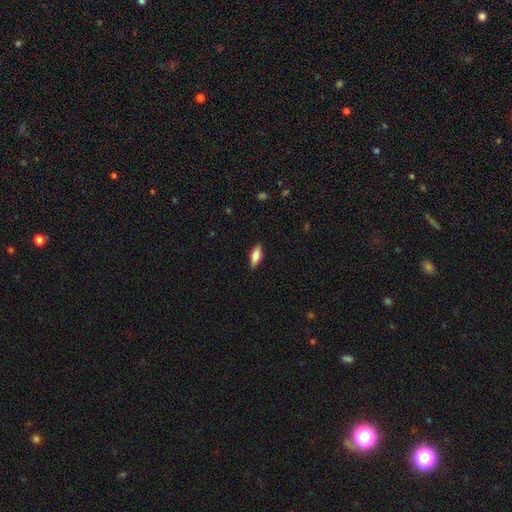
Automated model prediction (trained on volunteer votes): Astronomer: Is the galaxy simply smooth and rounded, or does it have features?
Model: smooth — 69%.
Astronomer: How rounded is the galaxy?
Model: in between — 73%.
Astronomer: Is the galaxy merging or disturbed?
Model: none — 87%.